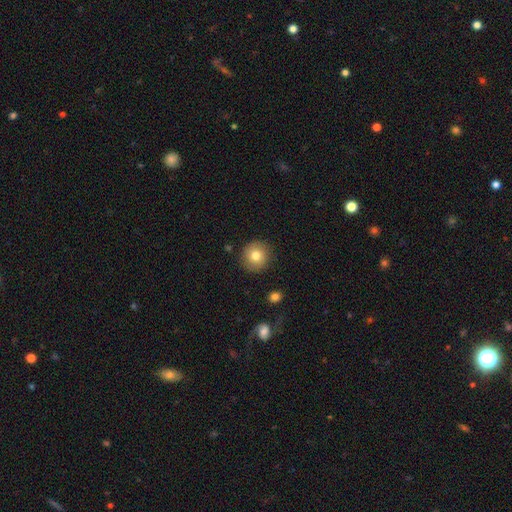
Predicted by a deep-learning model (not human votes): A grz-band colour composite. It shows a smooth galaxy with no disk features (77%) that is round (93%). Merging: none (88%).